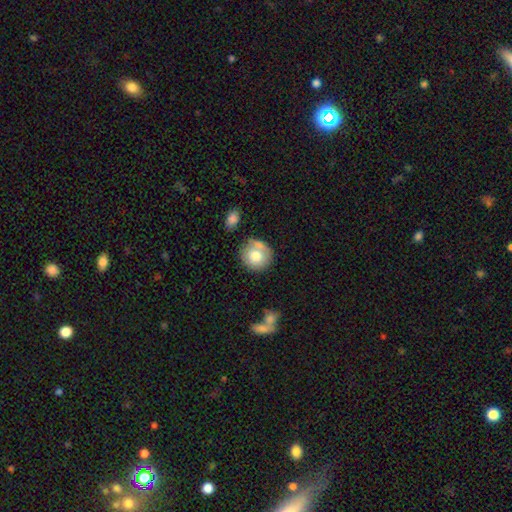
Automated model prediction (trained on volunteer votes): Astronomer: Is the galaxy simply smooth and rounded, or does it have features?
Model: smooth — 73%.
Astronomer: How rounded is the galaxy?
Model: round — 85%.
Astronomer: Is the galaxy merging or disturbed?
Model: none — 59%.